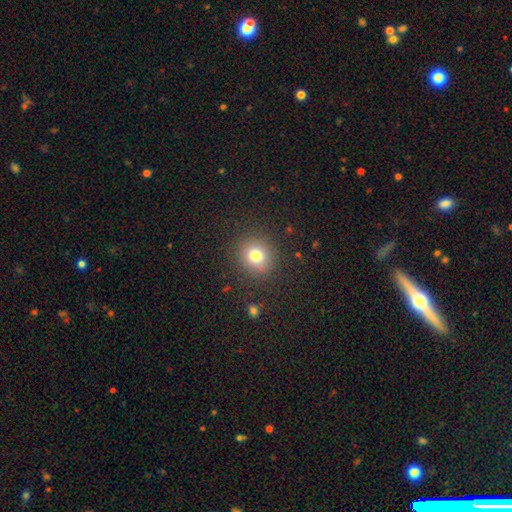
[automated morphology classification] This is likely a smooth galaxy (77%). How rounded: clearly round (84%). Merging: clearly none (87%).